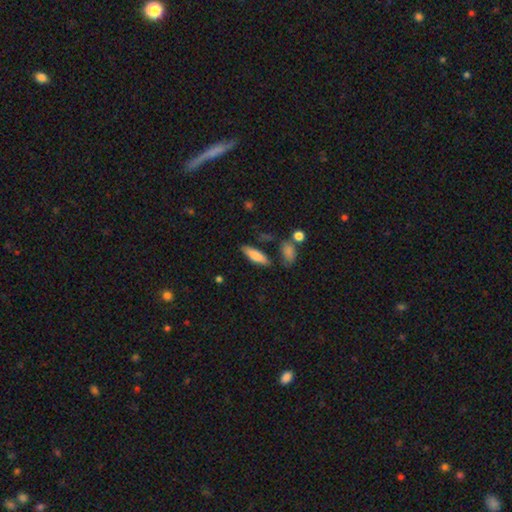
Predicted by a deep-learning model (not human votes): A smooth galaxy with no disk features (79%) that is cigar-shaped (54%). Merging: none (77%).